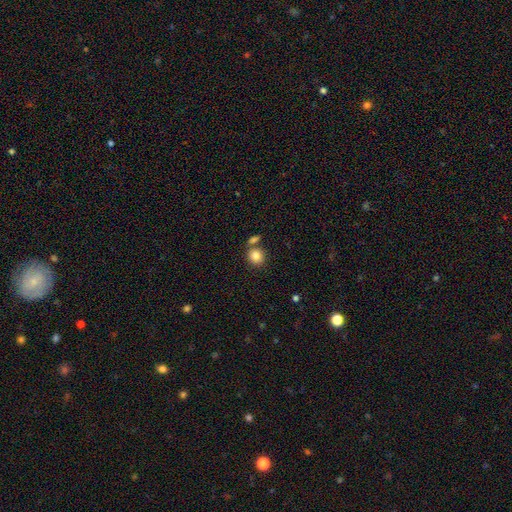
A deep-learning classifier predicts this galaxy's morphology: The model was most divided on "merging": none: 66%, merger: 21%, minor disturbance: 10%, major disturbance: 3%. More confident: smooth or featured — smooth (83%); how rounded — round (81%).